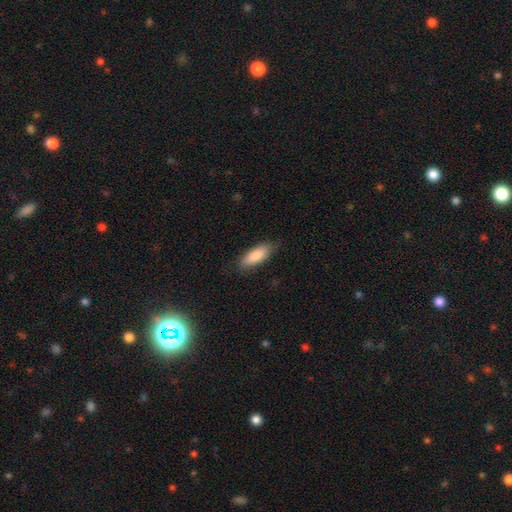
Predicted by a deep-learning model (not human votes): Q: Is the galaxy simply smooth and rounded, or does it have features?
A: smooth — 86%.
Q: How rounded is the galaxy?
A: in between — 68%.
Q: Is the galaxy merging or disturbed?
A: none — 78%.